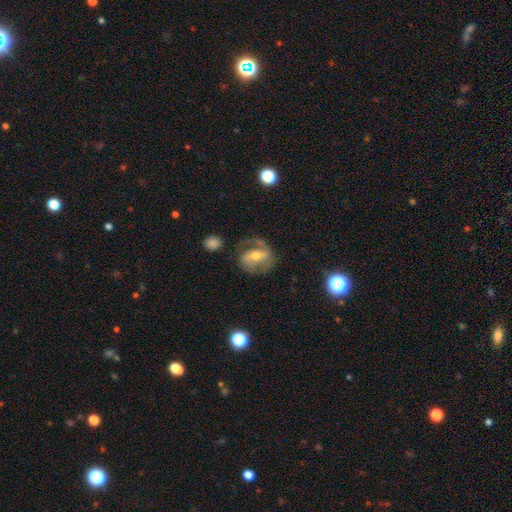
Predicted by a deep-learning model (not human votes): smooth-or-featured: featured or disk: 74% | smooth: 19% | star or artifact: 7%
  disk-edge-on: no: 96% | yes: 4%
    bar: strong: 44% | weak: 36% | no: 20%
    has-spiral-arms: yes: 86% | no: 14%
      spiral-winding: medium: 48% | loose: 28% | tight: 24%
      spiral-arm-count: 2: 72% | 1: 18% | can't tell: 7% | 3: 1% | 4: 1% | more than 4: 1%
    bulge-size: moderate: 59% | small: 33% | large: 5% | none: 2% | dominant: 1%
  merging: none: 61% | minor disturbance: 19% | major disturbance: 18% | merger: 3%